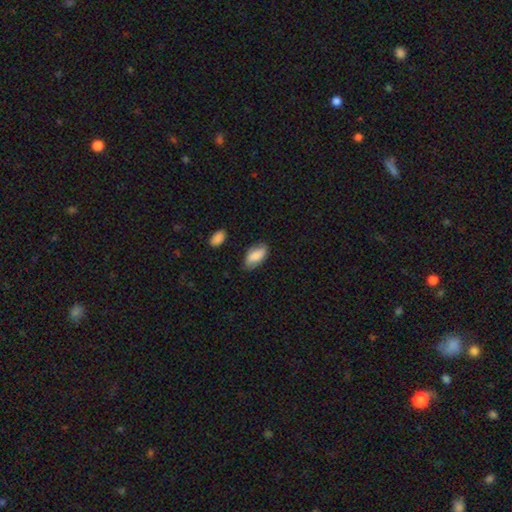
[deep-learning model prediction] A smooth galaxy with no disk features (85%) that is in between round and cigar-shaped (90%). Merging: none (75%).